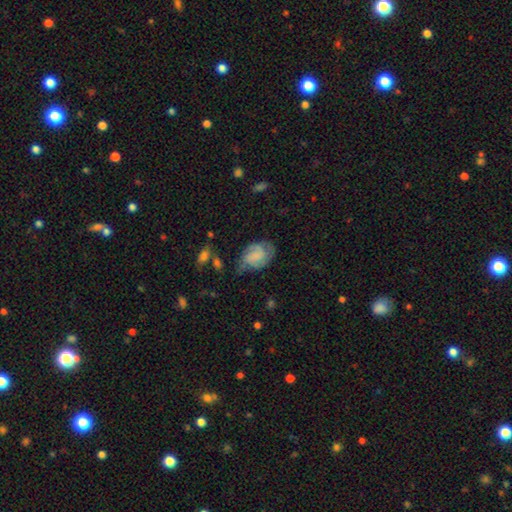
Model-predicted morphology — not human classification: The model was most divided on "smooth or featured": featured or disk: 51%, smooth: 41%, star or artifact: 8%. Remaining: edge-on disk — no (97%); merging — none (48%).